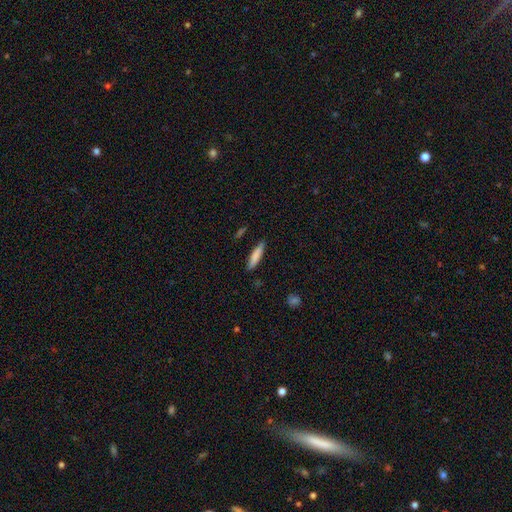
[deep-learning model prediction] smooth 82%, featured or disk 12%, star or artifact 6%. Down the decision tree: how rounded — cigar-shaped (83%); merging — none (87%).